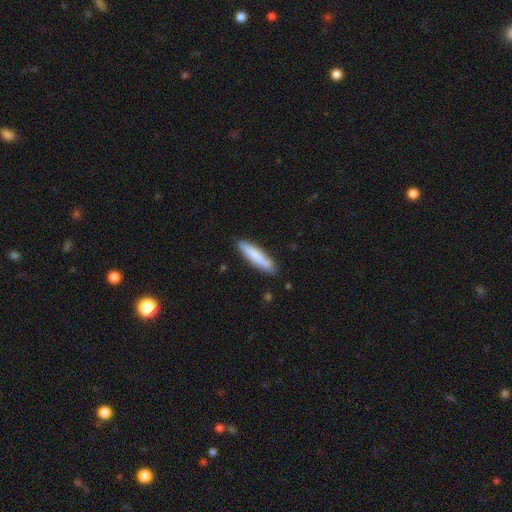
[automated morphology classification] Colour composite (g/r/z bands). It shows a smooth galaxy with no disk features (79%) that is cigar-shaped (83%). Merging: none (83%).